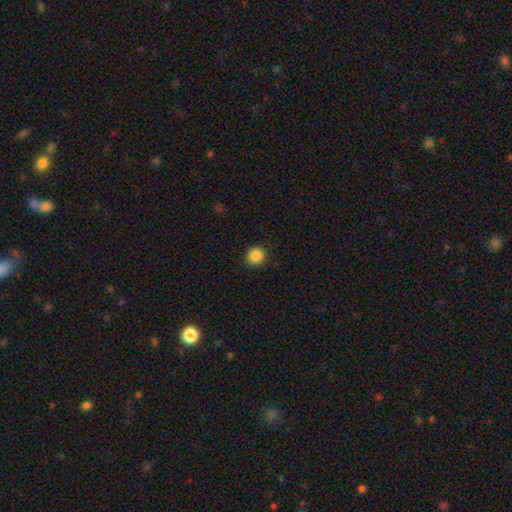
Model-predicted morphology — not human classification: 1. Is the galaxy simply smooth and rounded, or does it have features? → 87% smooth, 10% star or artifact, 3% featured or disk.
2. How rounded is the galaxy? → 88% round, 11% in between, 1% cigar-shaped.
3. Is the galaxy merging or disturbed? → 91% none, 6% minor disturbance, 2% major disturbance, 1% merger.